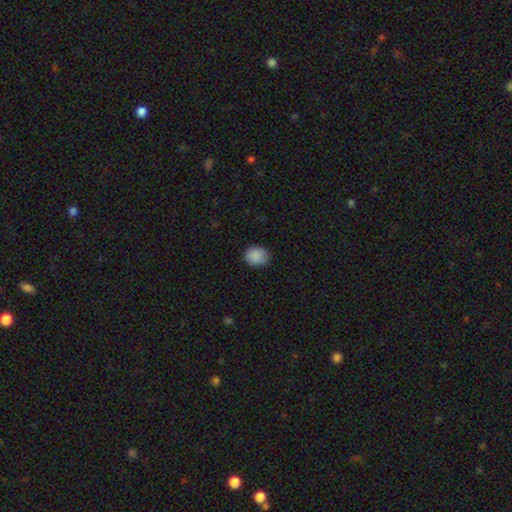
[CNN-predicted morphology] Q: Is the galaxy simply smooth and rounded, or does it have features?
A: smooth — 88%.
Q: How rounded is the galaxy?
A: round — 57%.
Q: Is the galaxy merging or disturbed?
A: none — 80%.